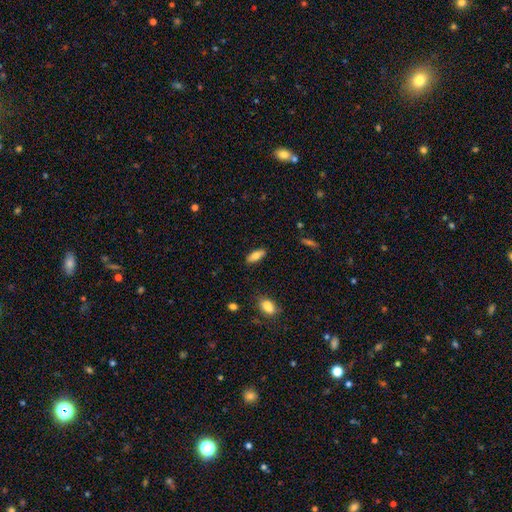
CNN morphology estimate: Smooth or featured: smooth — 74% (featured or disk — 18%)
How rounded: in between — 73% (cigar-shaped — 25%)
Merging: none — 86% (minor disturbance — 10%)